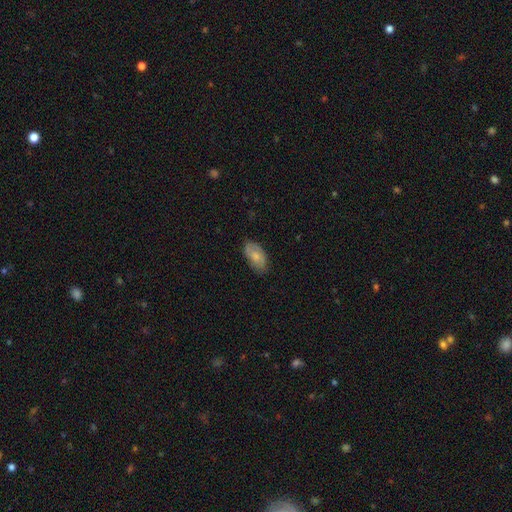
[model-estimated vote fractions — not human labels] Smooth or featured? Predicted: smooth (p=0.64). How rounded? Predicted: in between (p=0.93). Merging? Predicted: none (p=0.77).